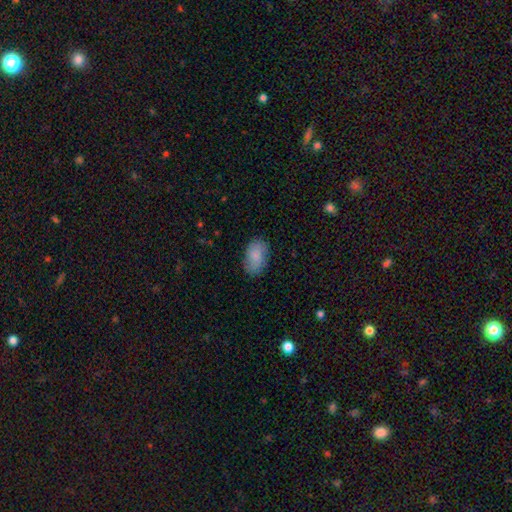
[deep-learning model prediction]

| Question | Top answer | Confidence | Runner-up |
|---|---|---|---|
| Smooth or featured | smooth | 85% | featured or disk (8%) |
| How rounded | in between | 91% | round (8%) |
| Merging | none | 80% | minor disturbance (15%) |